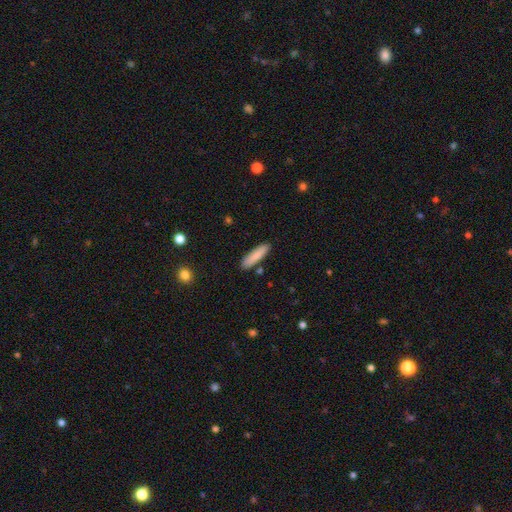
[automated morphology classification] type=smooth (84%); roundness=cigar-shaped (74%); merging=none (86%).